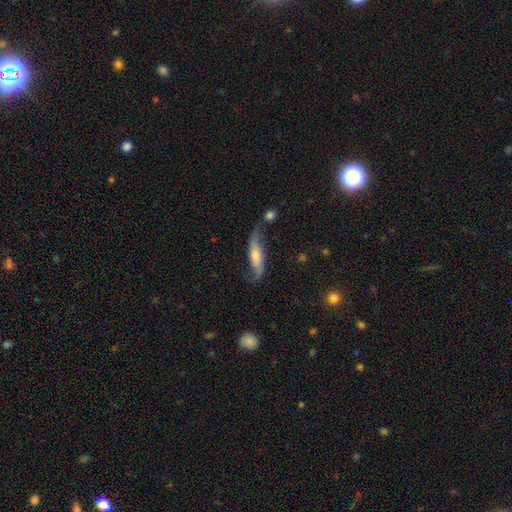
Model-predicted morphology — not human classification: Smooth or featured?
  - featured or disk: 71% *
  - smooth: 21%
  - star or artifact: 7%
Edge-on disk?
  - no: 73% *
  - yes: 27%
Bar?
  - no: 51% *
  - weak: 32%
  - strong: 17%
Spiral arms?
  - yes: 92% *
  - no: 8%
Bulge size?
  - moderate: 42% *
  - small: 36%
  - large: 10%
  - none: 9%
  - dominant: 3%
Merging?
  - none: 60% *
  - minor disturbance: 22%
  - major disturbance: 12%
  - merger: 5%